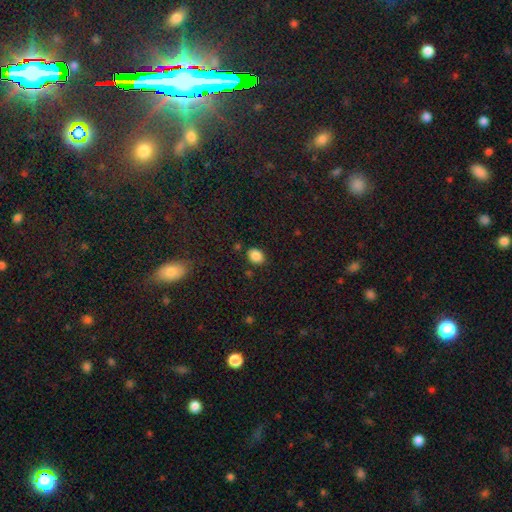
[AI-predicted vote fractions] Smooth or featured?
  - smooth: 86% *
  - star or artifact: 10%
  - featured or disk: 4%
How rounded?
  - in between: 64% *
  - round: 35%
  - cigar-shaped: 1%
Merging?
  - none: 83% *
  - minor disturbance: 11%
  - merger: 3%
  - major disturbance: 3%